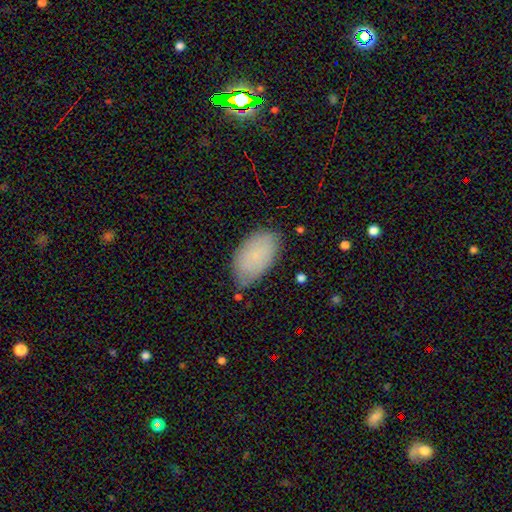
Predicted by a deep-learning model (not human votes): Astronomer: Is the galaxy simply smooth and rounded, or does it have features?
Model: smooth — 81%.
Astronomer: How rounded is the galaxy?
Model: in between — 95%.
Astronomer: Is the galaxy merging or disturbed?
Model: none — 73%.